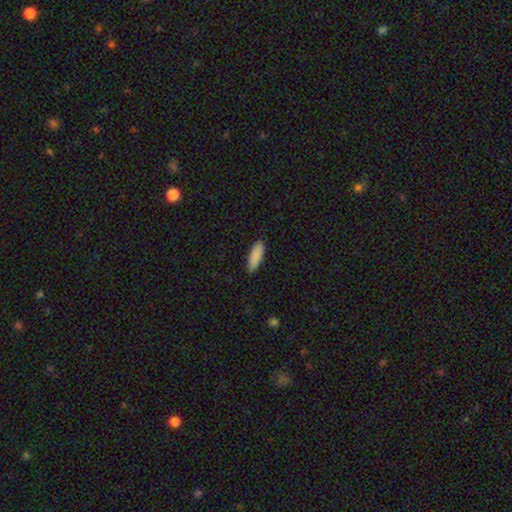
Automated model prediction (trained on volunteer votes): Q: Smooth or featured?
A: smooth (89%); runner-up: star or artifact (6%)
Q: How rounded?
A: in between (52%); runner-up: cigar-shaped (47%)
Q: Merging?
A: none (88%); runner-up: minor disturbance (9%)